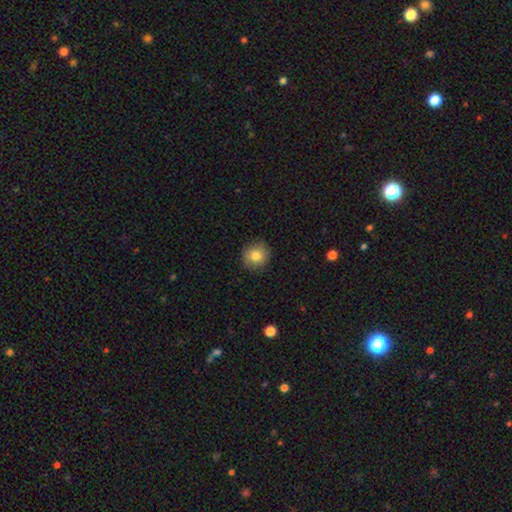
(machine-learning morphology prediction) smooth_or_featured: smooth (p=0.82) [alt: star or artifact p=0.09]
how_rounded: round (p=0.90) [alt: in between p=0.09]
merging: none (p=0.88) [alt: minor disturbance p=0.09]